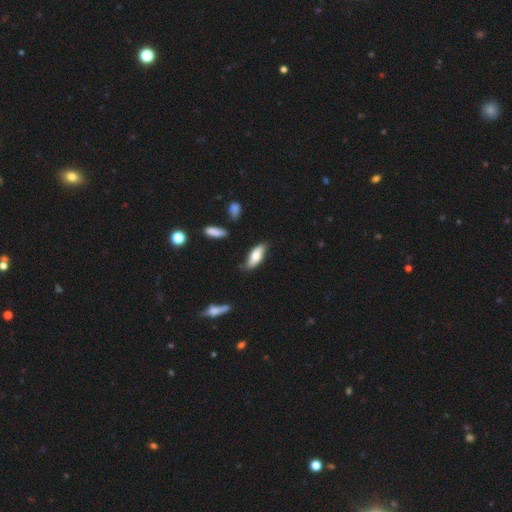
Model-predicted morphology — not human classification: This is likely a smooth galaxy (70%). How rounded: likely in between (72%). Merging: likely none (73%).